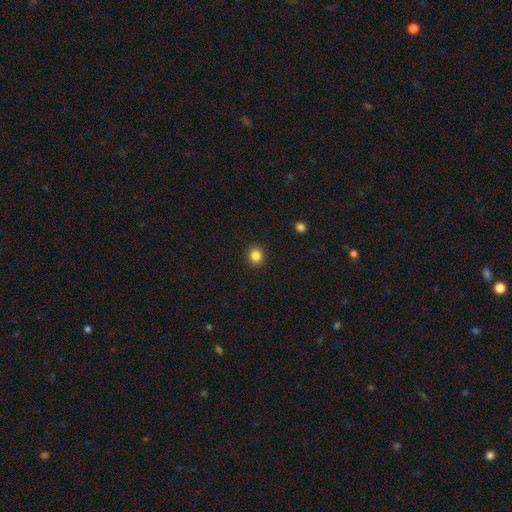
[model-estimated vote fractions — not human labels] Smooth or featured? Predicted: smooth (p=0.84). How rounded? Predicted: round (p=0.89). Merging? Predicted: none (p=0.92).